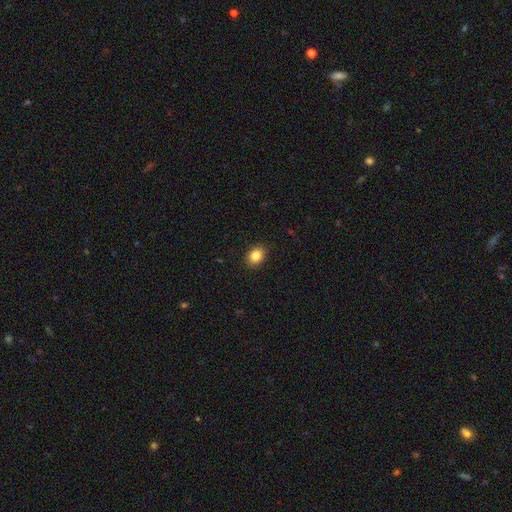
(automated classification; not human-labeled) The model was most divided on "how rounded": in between: 60%, round: 39%, cigar-shaped: 1%. More confident: merging — none (90%); smooth or featured — smooth (85%).